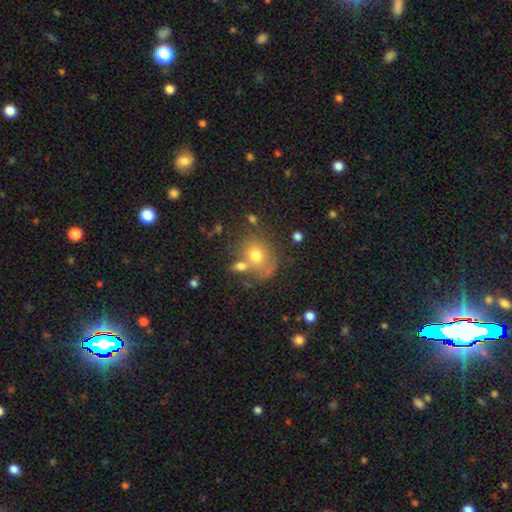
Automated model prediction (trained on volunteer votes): Smooth or featured: smooth — 68% (featured or disk — 20%)
How rounded: round — 64% (in between — 35%)
Merging: none — 47% (merger — 28%)